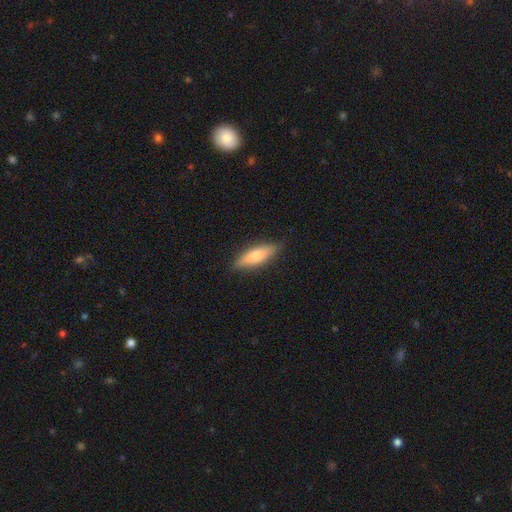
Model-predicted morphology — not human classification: This is likely a smooth galaxy (73%). How rounded: possibly cigar-shaped (54%). Merging: clearly none (84%).